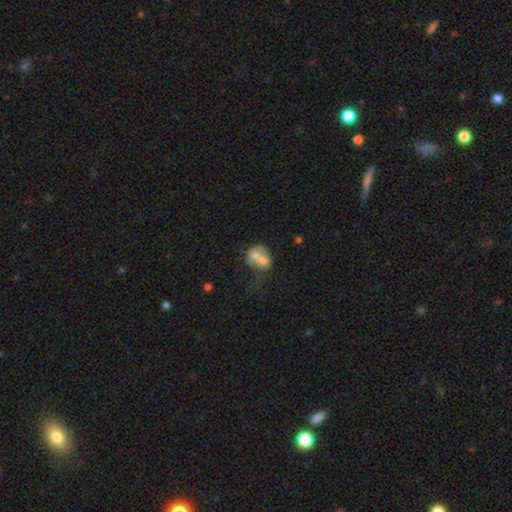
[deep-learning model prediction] This is likely a smooth galaxy (61%). How rounded: likely round (60%). Merging: likely merger (73%).